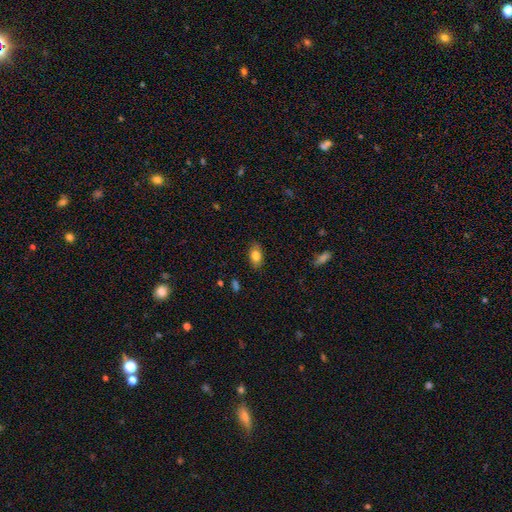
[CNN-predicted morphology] A smooth galaxy with no disk features (81%) that is in between round and cigar-shaped (88%).

Vote fractions:
- Smooth or featured? smooth: 81% / featured or disk: 10% / star or artifact: 8%
- How rounded? in between: 88% / round: 10% / cigar-shaped: 3%
- Merging? none: 86% / minor disturbance: 11% / major disturbance: 2% / merger: 1%